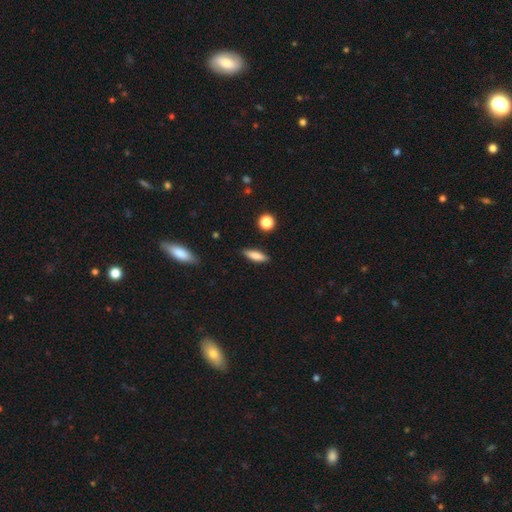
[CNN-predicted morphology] A smooth galaxy with no disk features (79%) that is cigar-shaped (50%).

Vote fractions:
- Smooth or featured? smooth: 79% / featured or disk: 14% / star or artifact: 7%
- How rounded? cigar-shaped: 50% / in between: 47% / round: 3%
- Merging? none: 87% / minor disturbance: 9% / major disturbance: 2% / merger: 2%